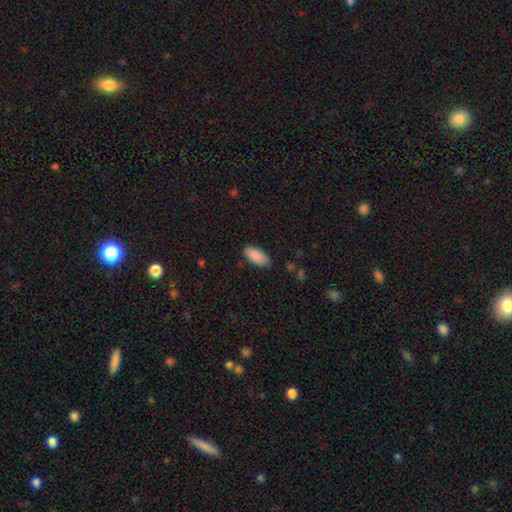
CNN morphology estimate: A smooth galaxy with no disk features (89%) that is in between round and cigar-shaped (90%). Merging: none (80%).